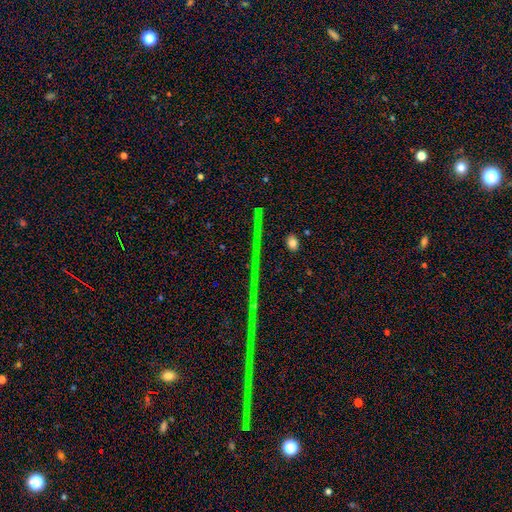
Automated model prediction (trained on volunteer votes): Smooth or featured: star or artifact — 85% (featured or disk — 8%)